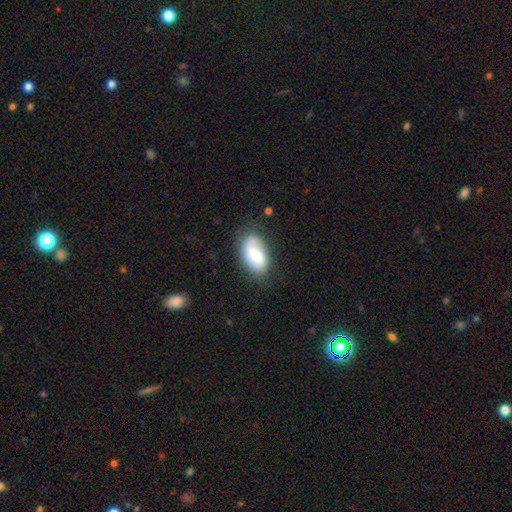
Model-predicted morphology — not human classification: Smooth or featured: smooth — 54% (featured or disk — 40%)
How rounded: in between — 92% (round — 5%)
Merging: none — 76% (minor disturbance — 18%)